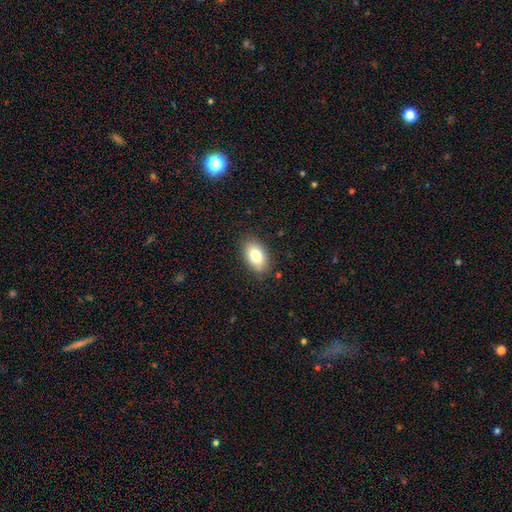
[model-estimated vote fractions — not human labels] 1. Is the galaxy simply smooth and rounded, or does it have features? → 82% smooth, 11% featured or disk, 8% star or artifact.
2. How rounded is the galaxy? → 91% in between, 7% round, 2% cigar-shaped.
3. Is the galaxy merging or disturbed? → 84% none, 12% minor disturbance, 3% major disturbance, 1% merger.